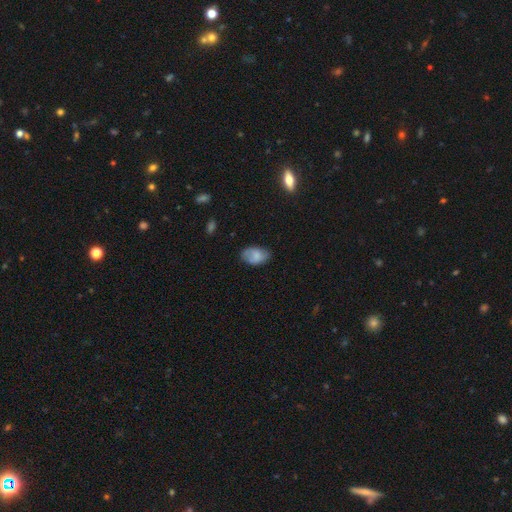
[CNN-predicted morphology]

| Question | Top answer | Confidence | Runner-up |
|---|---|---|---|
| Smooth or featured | smooth | 77% | featured or disk (15%) |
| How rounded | in between | 89% | round (10%) |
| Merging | none | 70% | minor disturbance (24%) |